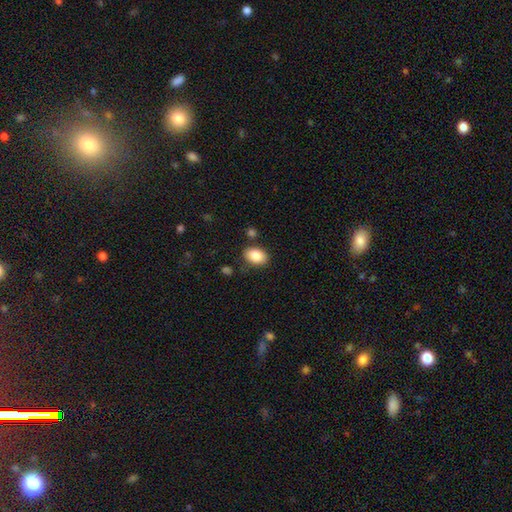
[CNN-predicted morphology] type=smooth (87%); roundness=in between (84%); merging=none (79%).